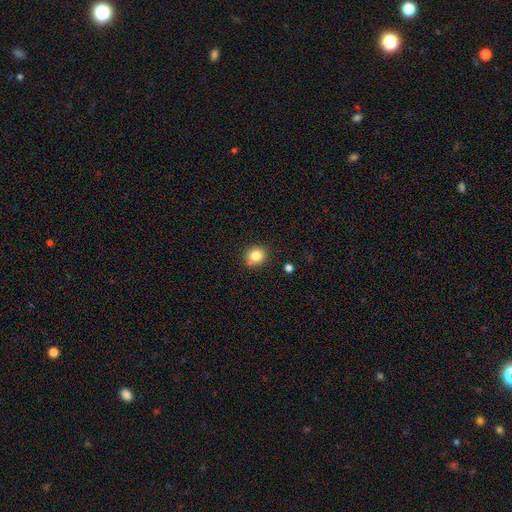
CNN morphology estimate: type=smooth (83%); roundness=round (84%); merging=none (80%).